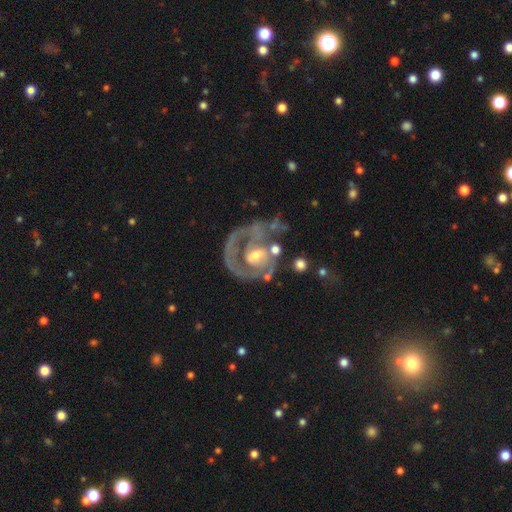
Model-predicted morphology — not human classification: The model was most divided on "spiral arm count": 1: 43%, 2: 28%, can't tell: 17%, 3: 7%, 4: 3%, more than 4: 3%. Remaining: edge-on disk — no (98%); smooth or featured — featured or disk (83%); spiral arms — yes (81%); bulge size — moderate (57%); bar — no (53%); spiral winding — tight (51%); merging — none (44%).